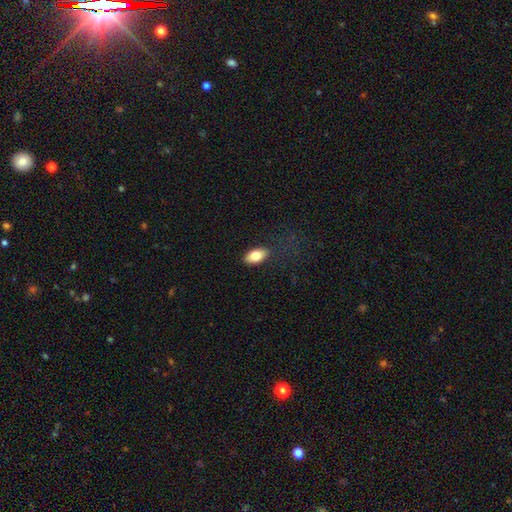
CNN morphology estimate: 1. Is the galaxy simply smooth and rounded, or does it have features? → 80% smooth, 13% featured or disk, 7% star or artifact.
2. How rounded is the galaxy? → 92% in between, 5% round, 4% cigar-shaped.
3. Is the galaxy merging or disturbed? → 84% none, 12% minor disturbance, 3% major disturbance, 1% merger.